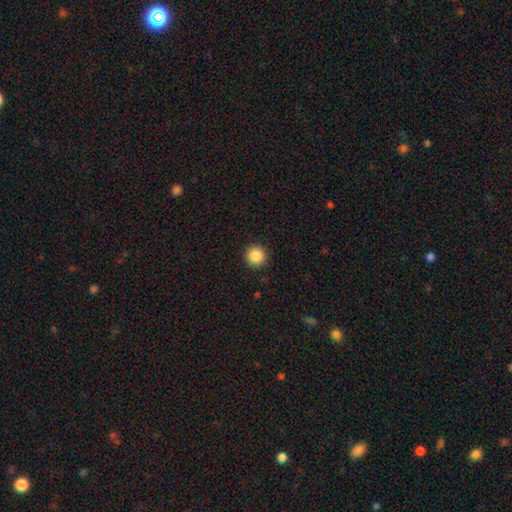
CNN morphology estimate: type=smooth (88%); roundness=round (96%); merging=none (93%).